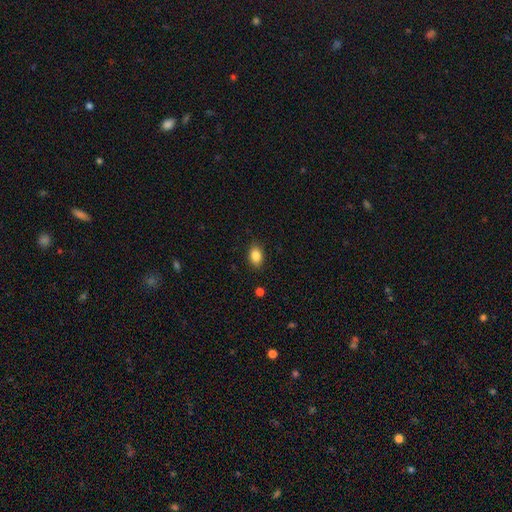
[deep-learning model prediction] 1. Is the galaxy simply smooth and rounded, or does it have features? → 86% smooth, 9% star or artifact, 5% featured or disk.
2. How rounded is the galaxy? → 79% in between, 20% round, 1% cigar-shaped.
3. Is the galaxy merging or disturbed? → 87% none, 10% minor disturbance, 2% major disturbance, 1% merger.